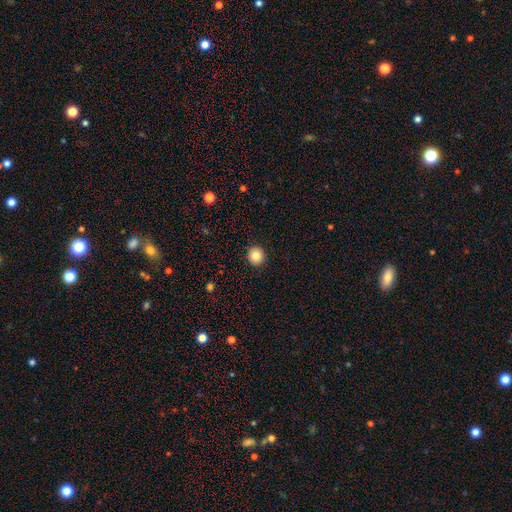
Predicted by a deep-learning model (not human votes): Smooth or featured?
  - smooth: 84% *
  - star or artifact: 10%
  - featured or disk: 6%
How rounded?
  - round: 90% *
  - in between: 9%
  - cigar-shaped: 1%
Merging?
  - none: 92% *
  - minor disturbance: 5%
  - major disturbance: 2%
  - merger: 1%